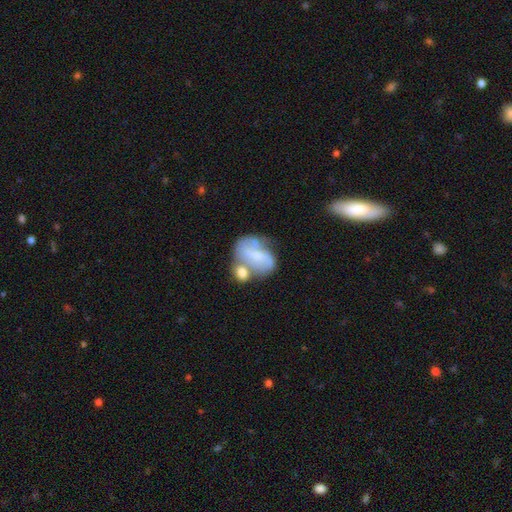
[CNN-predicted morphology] Smooth or featured: featured or disk — 64% (smooth — 28%)
Edge-on disk: no — 97% (yes — 3%)
Bar: weak — 43% (no — 39%)
Spiral arms: yes — 76% (no — 24%)
Bulge size: small — 61% (moderate — 27%)
Merging: merger — 38% (none — 32%)